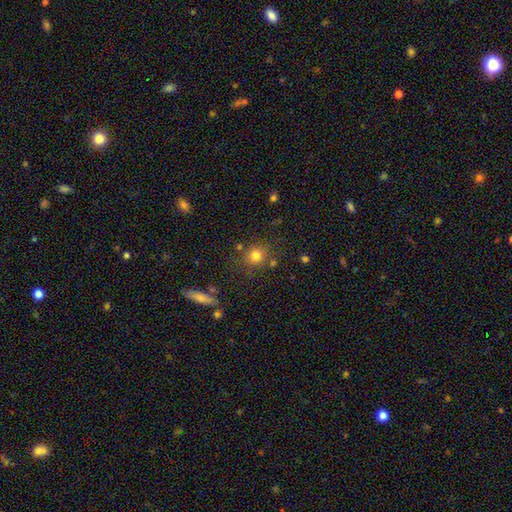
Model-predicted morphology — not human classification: This appears to be a smooth galaxy with no disk features (79%) that is round (84%). Merging: none (76%).